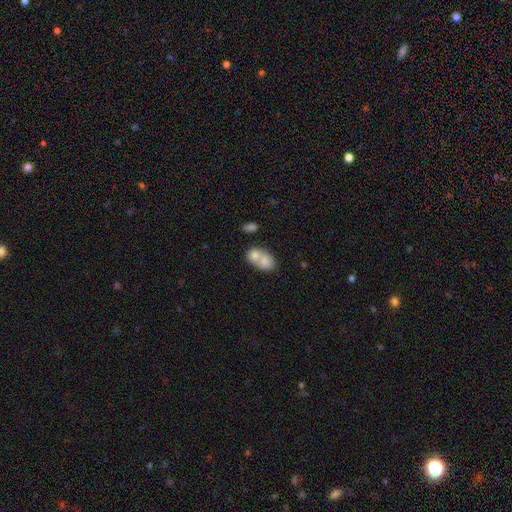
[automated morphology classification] smooth_or_featured: smooth (p=0.73) [alt: featured or disk p=0.18]
how_rounded: in between (p=0.67) [alt: round p=0.31]
merging: merger (p=0.68) [alt: none p=0.21]